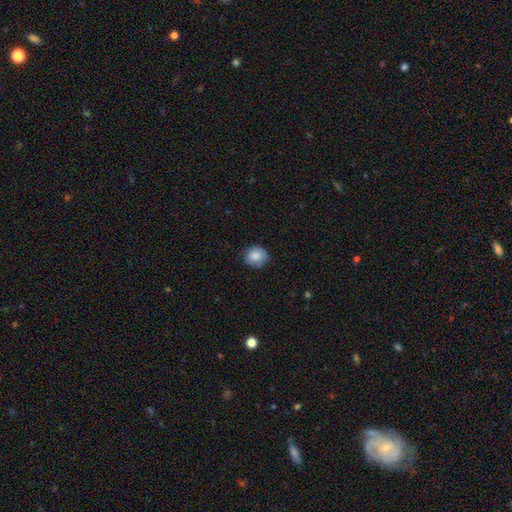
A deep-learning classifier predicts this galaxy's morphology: Q: Smooth or featured?
A: smooth (85%); runner-up: star or artifact (8%)
Q: How rounded?
A: round (78%); runner-up: in between (21%)
Q: Merging?
A: none (75%); runner-up: minor disturbance (20%)